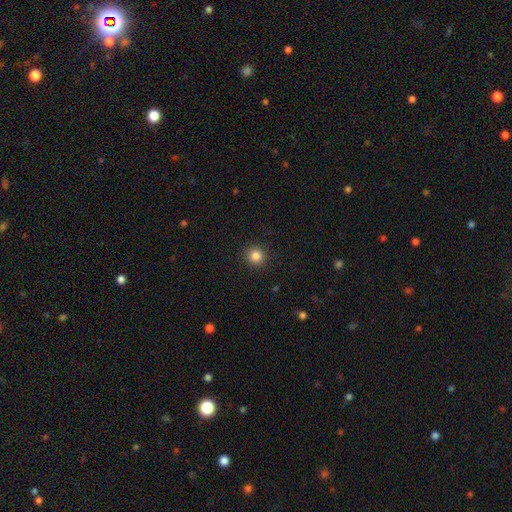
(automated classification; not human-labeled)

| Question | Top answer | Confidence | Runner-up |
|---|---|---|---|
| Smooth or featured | smooth | 84% | star or artifact (12%) |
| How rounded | round | 93% | in between (6%) |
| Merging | none | 92% | minor disturbance (5%) |